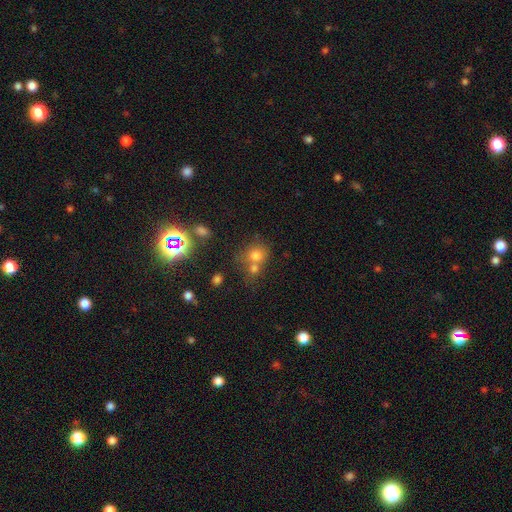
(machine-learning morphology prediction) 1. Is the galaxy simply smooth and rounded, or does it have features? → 71% smooth, 18% star or artifact, 11% featured or disk.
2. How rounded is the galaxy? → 79% round, 20% in between, 1% cigar-shaped.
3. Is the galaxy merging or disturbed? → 45% none, 41% merger, 9% minor disturbance, 5% major disturbance.